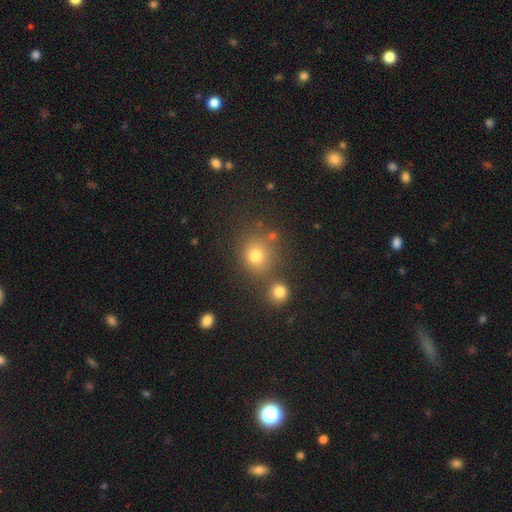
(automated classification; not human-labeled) smooth-or-featured: smooth: 75% | star or artifact: 17% | featured or disk: 8%
  how-rounded: round: 82% | in between: 17% | cigar-shaped: 1%
  merging: none: 68% | merger: 17% | minor disturbance: 11% | major disturbance: 5%